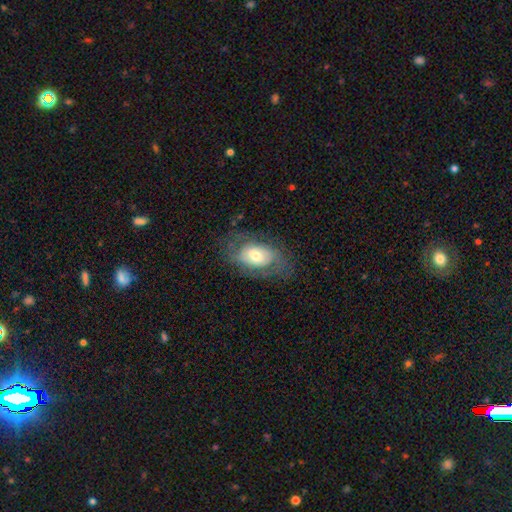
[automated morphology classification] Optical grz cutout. It shows a featured or disk galaxy (53%). Merging: none (65%).